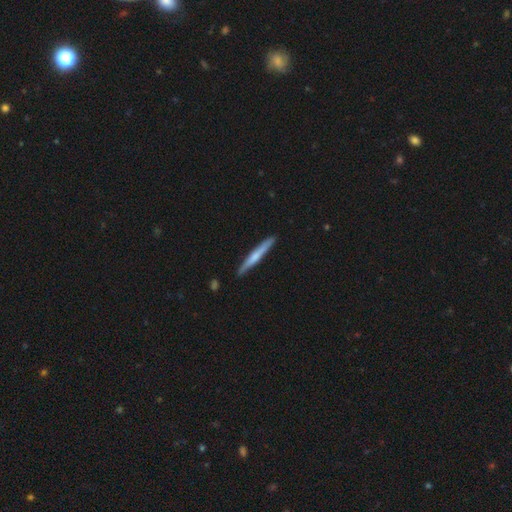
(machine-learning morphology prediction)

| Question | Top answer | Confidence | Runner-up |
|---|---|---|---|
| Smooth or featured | featured or disk | 49% | smooth (46%) |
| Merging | none | 90% | minor disturbance (7%) |